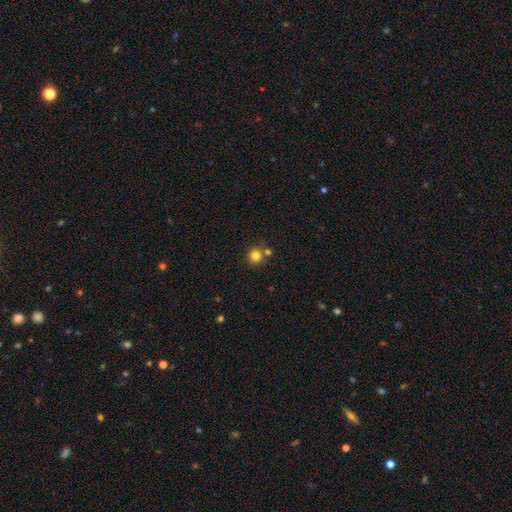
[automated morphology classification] This appears to be a smooth galaxy with no disk features (81%) that is round (91%). Merging: none (73%).